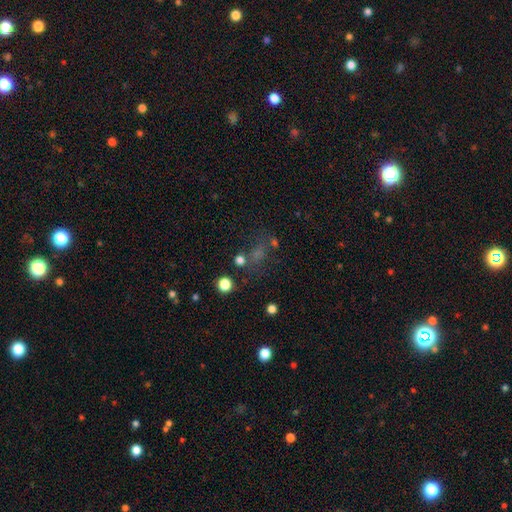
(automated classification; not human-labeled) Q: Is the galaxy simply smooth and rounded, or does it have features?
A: smooth — 42%.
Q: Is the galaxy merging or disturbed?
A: none — 55%.